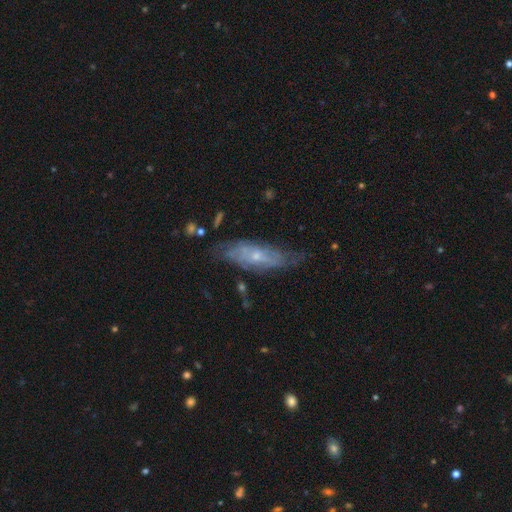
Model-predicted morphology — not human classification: This is likely a featured or disk galaxy (64%). It is likely not viewed edge-on (76%). Merging: possibly none (60%).